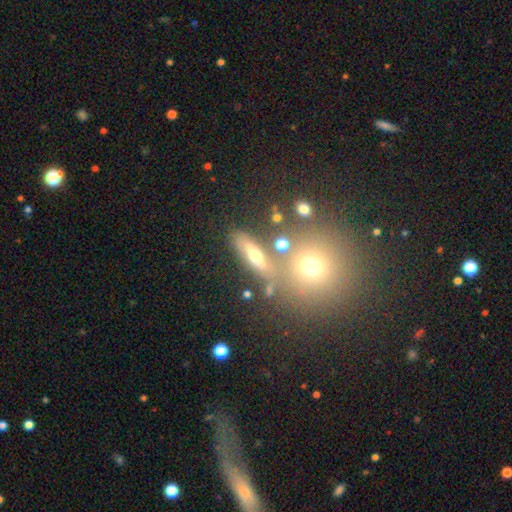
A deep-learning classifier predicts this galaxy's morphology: Q: Smooth or featured?
A: smooth (50%); runner-up: featured or disk (31%)
Q: How rounded?
A: cigar-shaped (39%); runner-up: in between (38%)
Q: Merging?
A: none (63%); runner-up: merger (17%)